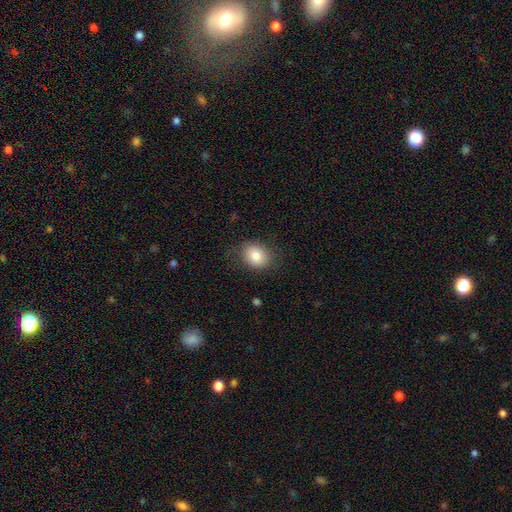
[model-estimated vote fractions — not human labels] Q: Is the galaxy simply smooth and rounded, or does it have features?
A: smooth — 82%.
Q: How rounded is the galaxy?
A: round — 54%.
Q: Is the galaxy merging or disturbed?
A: none — 82%.